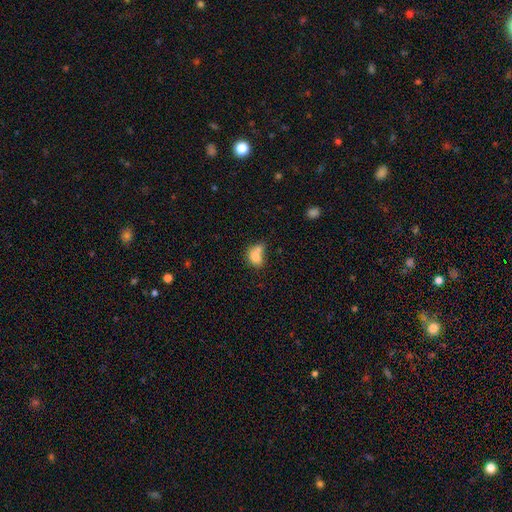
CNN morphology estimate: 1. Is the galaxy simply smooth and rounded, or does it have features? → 76% smooth, 15% featured or disk, 9% star or artifact.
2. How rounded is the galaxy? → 58% in between, 41% round, 1% cigar-shaped.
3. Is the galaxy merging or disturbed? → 58% merger, 26% none, 11% minor disturbance, 5% major disturbance.